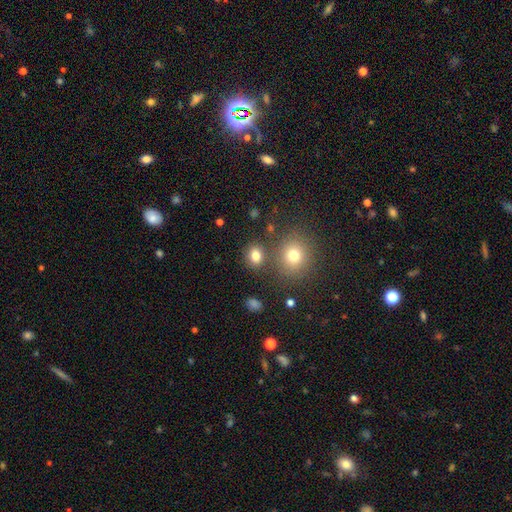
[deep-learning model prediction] smooth_or_featured: smooth (p=0.79) [alt: star or artifact p=0.14]
how_rounded: round (p=0.58) [alt: in between p=0.41]
merging: none (p=0.74) [alt: merger p=0.12]